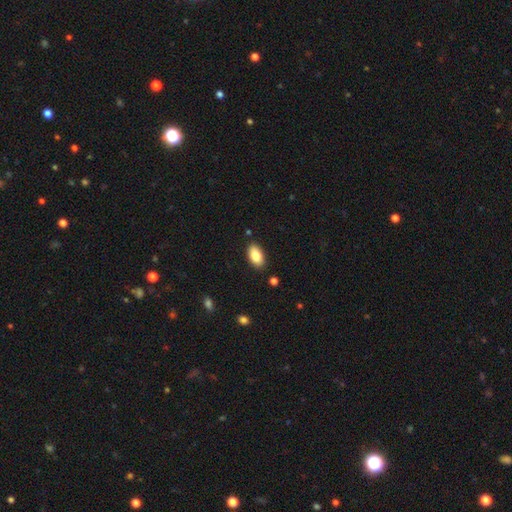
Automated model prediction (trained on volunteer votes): Morphology: type=smooth (83%); roundness=in between (93%); merging=none (88%).